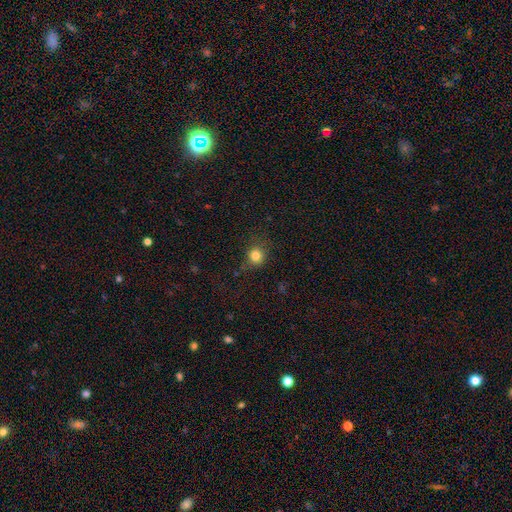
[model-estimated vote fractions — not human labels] A smooth galaxy with no disk features (82%) that is round (85%).

Vote fractions:
- Smooth or featured? smooth: 82% / star or artifact: 13% / featured or disk: 6%
- How rounded? round: 85% / in between: 14% / cigar-shaped: 1%
- Merging? none: 76% / minor disturbance: 16% / major disturbance: 6% / merger: 2%